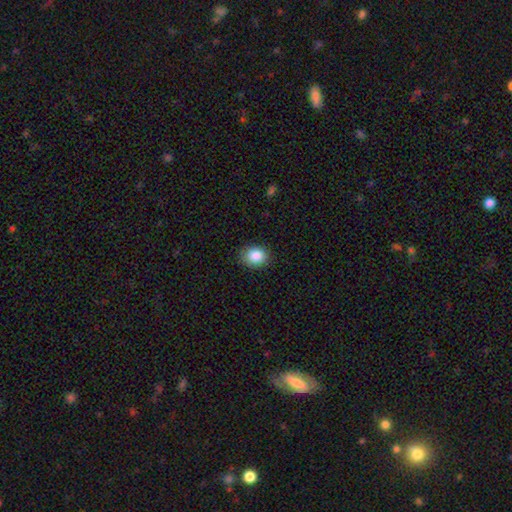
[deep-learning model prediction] Smooth or featured?
  - smooth: 87% *
  - star or artifact: 9%
  - featured or disk: 4%
How rounded?
  - round: 56% *
  - in between: 44%
  - cigar-shaped: 1%
Merging?
  - none: 83% *
  - minor disturbance: 13%
  - major disturbance: 3%
  - merger: 1%